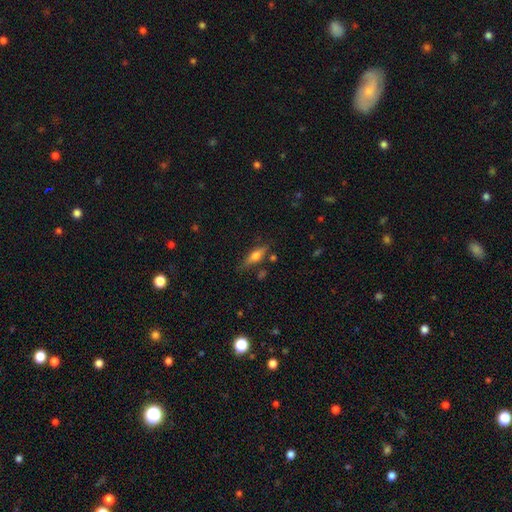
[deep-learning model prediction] Q: Smooth or featured?
A: smooth (52%); runner-up: featured or disk (40%)
Q: How rounded?
A: cigar-shaped (53%); runner-up: in between (44%)
Q: Merging?
A: none (74%); runner-up: minor disturbance (17%)